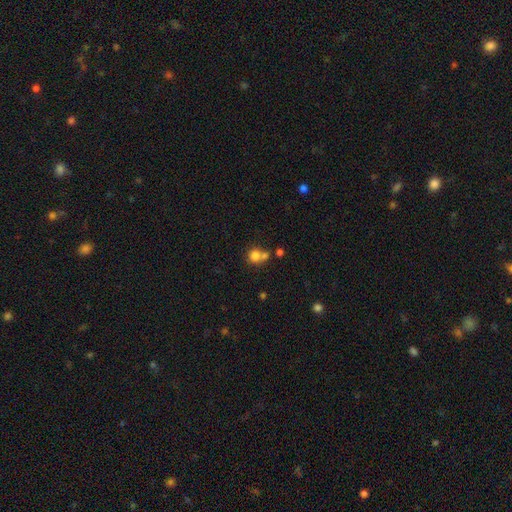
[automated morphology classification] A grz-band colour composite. It shows a smooth galaxy with no disk features (78%) that is round (86%). Merging: none (48%).